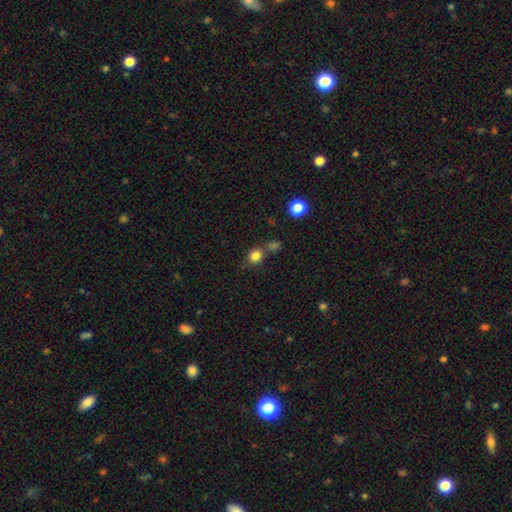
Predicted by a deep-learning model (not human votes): Morphology: type=smooth (82%); roundness=round (74%); merging=none (64%).